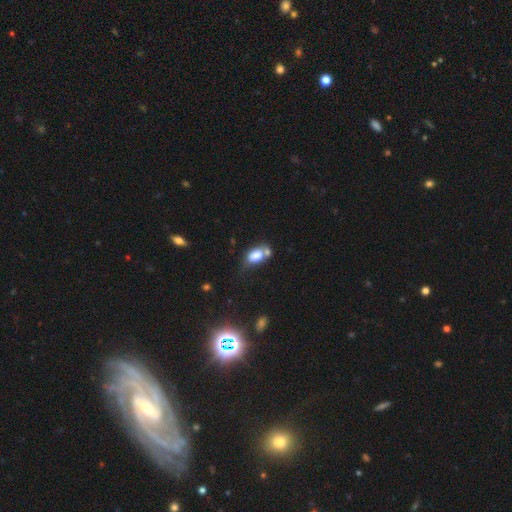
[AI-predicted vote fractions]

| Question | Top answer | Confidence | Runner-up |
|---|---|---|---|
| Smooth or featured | smooth | 78% | featured or disk (13%) |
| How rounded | in between | 85% | round (12%) |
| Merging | none | 38% | merger (36%) |